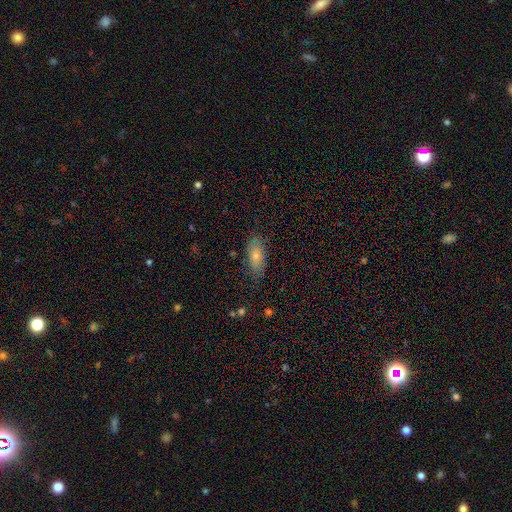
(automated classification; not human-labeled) The model was most divided on "smooth or featured": smooth: 63%, featured or disk: 26%, star or artifact: 11%. More confident: merging — none (81%); how rounded — in between (76%).